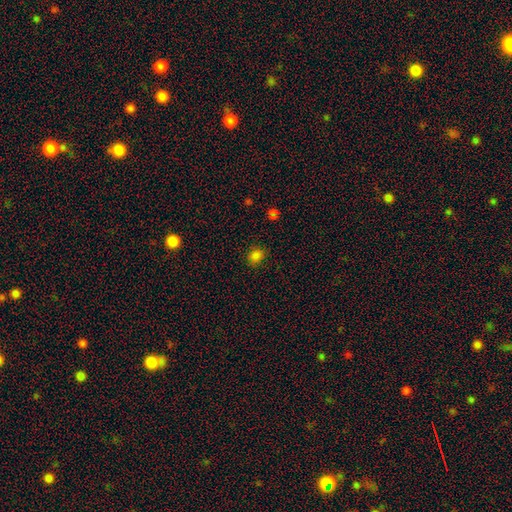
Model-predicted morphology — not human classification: A smooth galaxy with no disk features (80%) that is round (60%). Merging: none (84%).